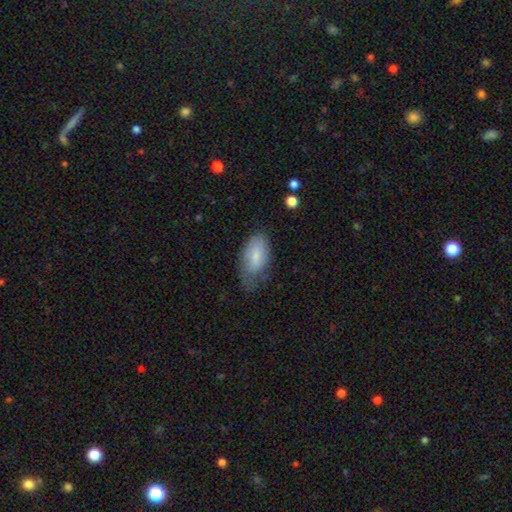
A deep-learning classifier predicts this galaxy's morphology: Smooth or featured: smooth — 74% (featured or disk — 20%)
How rounded: in between — 92% (cigar-shaped — 4%)
Merging: minor disturbance — 40% (none — 38%)